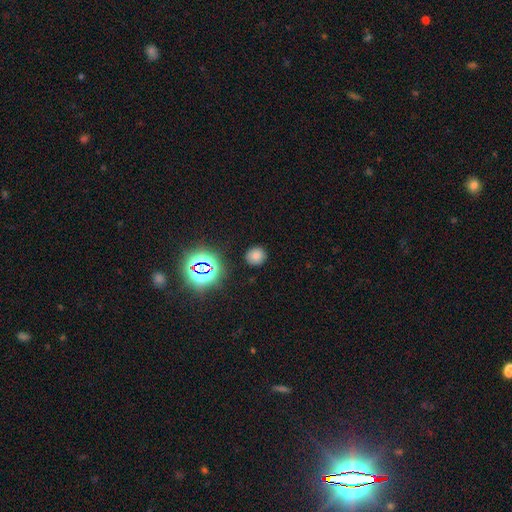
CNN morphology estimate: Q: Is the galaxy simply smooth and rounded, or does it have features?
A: smooth — 73%.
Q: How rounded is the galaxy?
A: round — 84%.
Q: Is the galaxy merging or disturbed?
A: none — 87%.